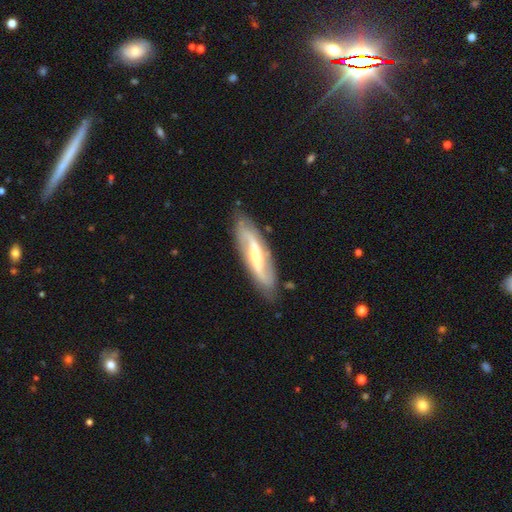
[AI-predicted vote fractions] The model was most divided on "bar": weak: 41%, strong: 34%, no: 25%. Remaining: spiral arms — yes (94%); spiral arm count — 2 (91%); edge-on disk — no (86%); smooth or featured — featured or disk (83%); merging — none (82%); bulge size — moderate (54%); spiral winding — loose (50%).